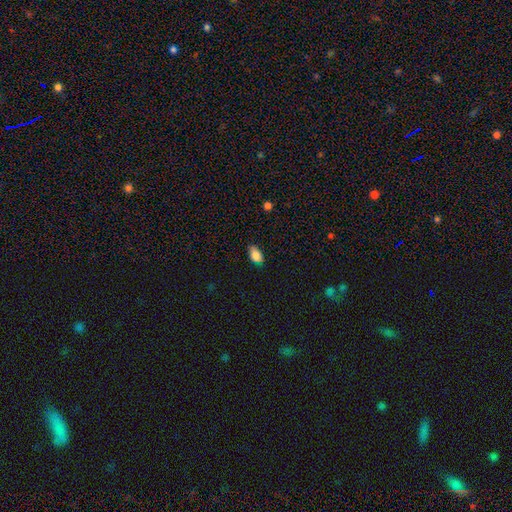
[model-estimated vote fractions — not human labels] A smooth galaxy with no disk features (83%) that is in between round and cigar-shaped (89%). Merging: none (78%).